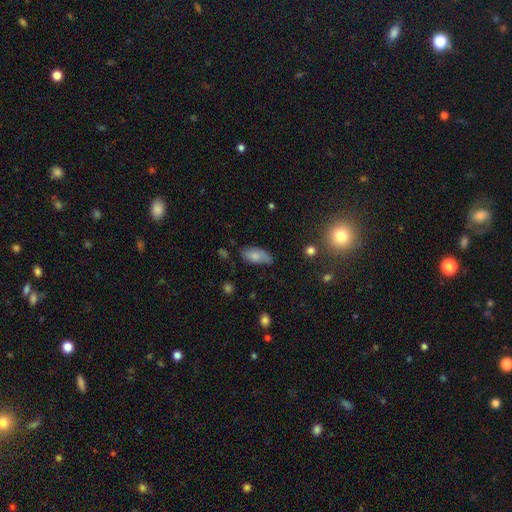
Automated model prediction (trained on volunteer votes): smooth 74%, featured or disk 18%, star or artifact 8%. Down the decision tree: how rounded — in between (86%); merging — none (56%).